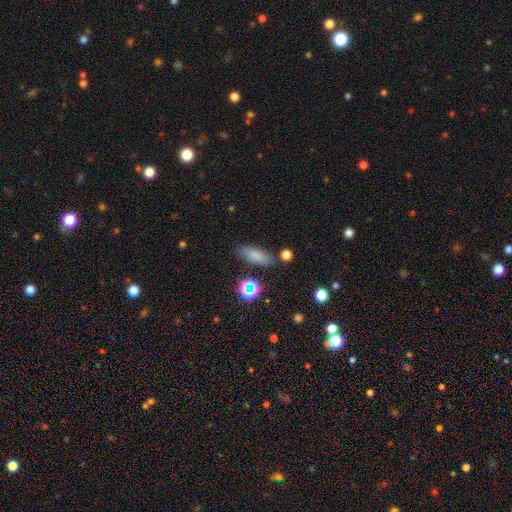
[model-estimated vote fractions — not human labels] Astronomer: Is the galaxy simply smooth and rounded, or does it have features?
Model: smooth — 77%.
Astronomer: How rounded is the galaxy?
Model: in between — 61%.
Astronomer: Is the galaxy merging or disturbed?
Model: none — 78%.